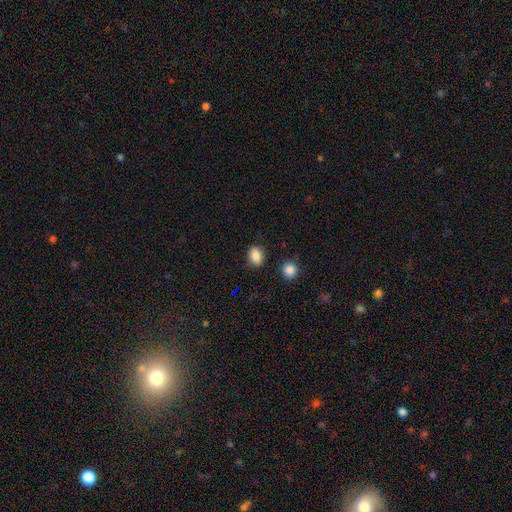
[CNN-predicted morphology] smooth 85%, star or artifact 9%, featured or disk 5%. Down the decision tree: how rounded — in between (68%); merging — none (85%).